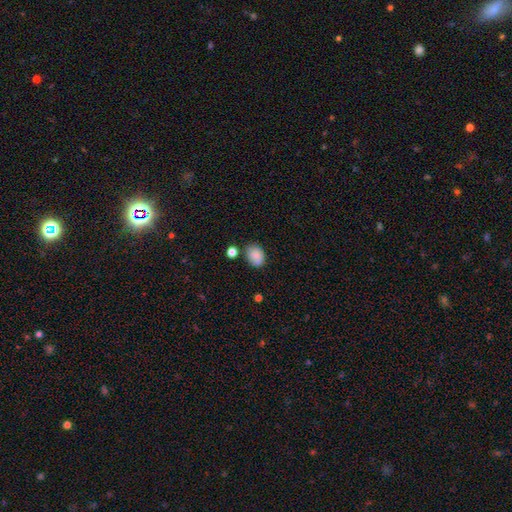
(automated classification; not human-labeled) Morphology: type=smooth (82%); roundness=in between (61%); merging=none (68%).